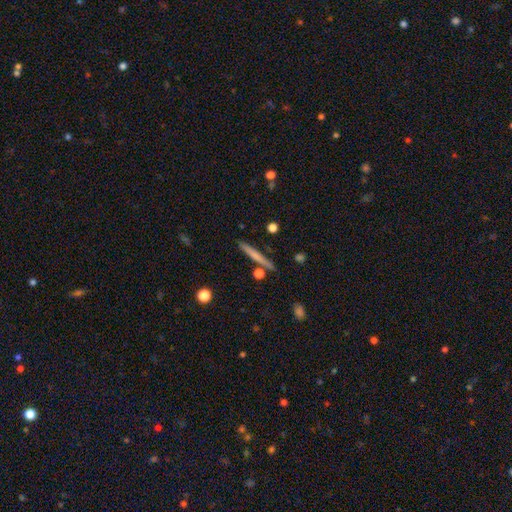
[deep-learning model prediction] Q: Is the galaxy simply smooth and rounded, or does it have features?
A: smooth — 57%.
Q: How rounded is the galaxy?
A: cigar-shaped — 95%.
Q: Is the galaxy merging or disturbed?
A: none — 86%.